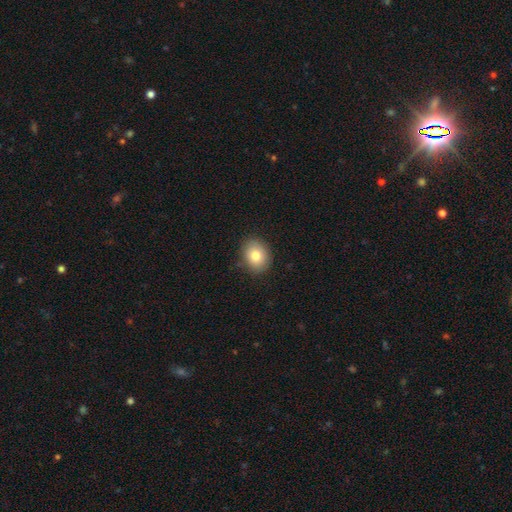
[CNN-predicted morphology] Smooth or featured?
  - smooth: 80% *
  - featured or disk: 11%
  - star or artifact: 9%
How rounded?
  - round: 53% *
  - in between: 46%
  - cigar-shaped: 1%
Merging?
  - none: 85% *
  - minor disturbance: 11%
  - major disturbance: 2%
  - merger: 1%